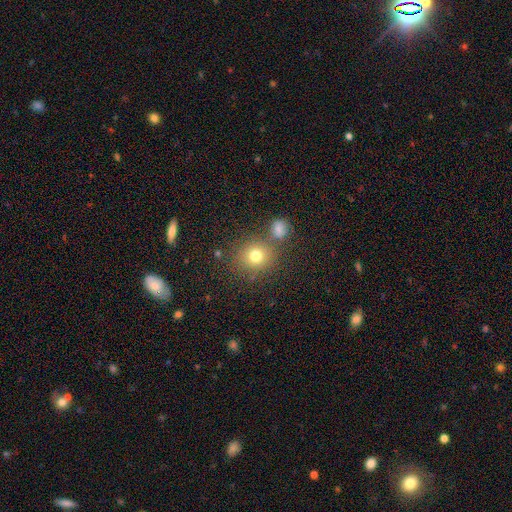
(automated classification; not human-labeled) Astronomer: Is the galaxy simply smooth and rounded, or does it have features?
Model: smooth — 74%.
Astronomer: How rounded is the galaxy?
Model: round — 84%.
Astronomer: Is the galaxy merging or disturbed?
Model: none — 73%.